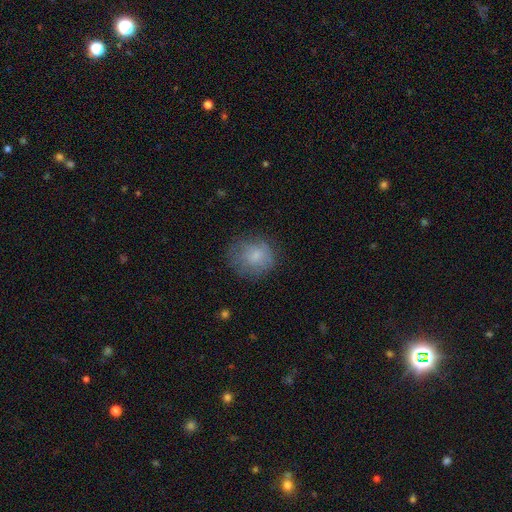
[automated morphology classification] type=smooth (71%); roundness=round (74%); merging=none (64%).